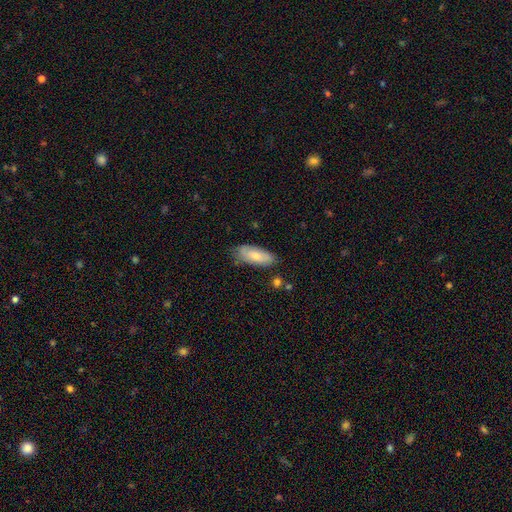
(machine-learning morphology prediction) This appears to be a smooth galaxy with no disk features (73%) that is in between round and cigar-shaped (80%). Merging: none (71%).